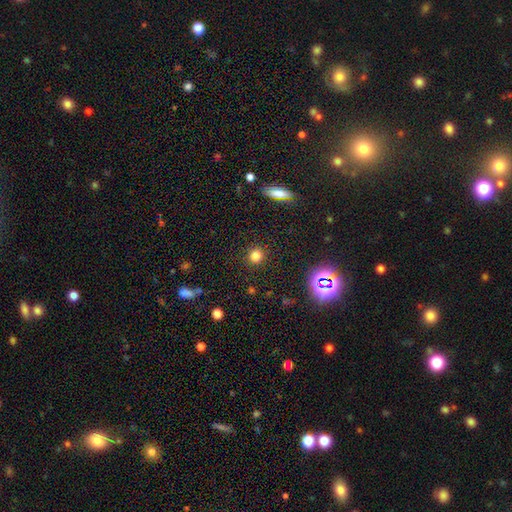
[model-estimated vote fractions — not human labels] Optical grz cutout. It shows a smooth galaxy with no disk features (79%) that is round (92%). Merging: none (91%).